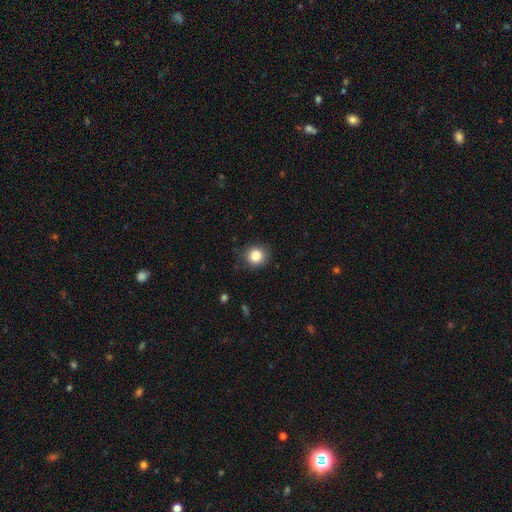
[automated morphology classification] This appears to be a smooth galaxy with no disk features (84%) that is round (87%). Merging: none (85%).